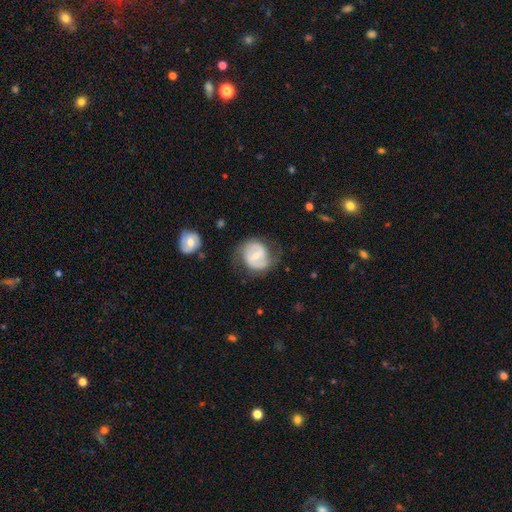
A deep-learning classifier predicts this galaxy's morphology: Smooth or featured? featured or disk (70%)
Edge-on disk? no (97%)
Bar? weak (50%)
Spiral arms? yes (86%)
Spiral winding? medium (47%)
Spiral arm count? 2 (81%)
Bulge size? small (50%)
Merging? none (62%)